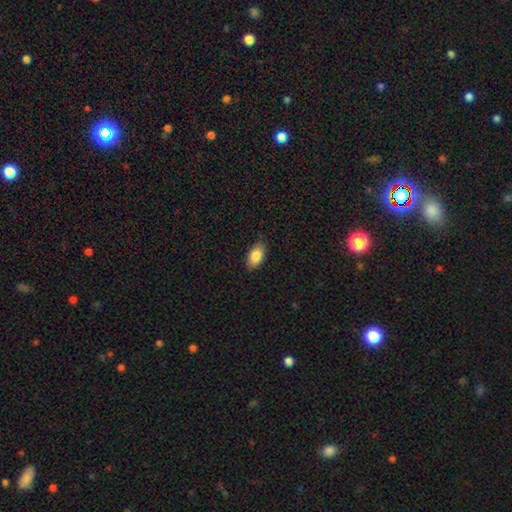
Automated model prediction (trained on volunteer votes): The model was most divided on "merging": none: 86%, minor disturbance: 11%, major disturbance: 2%, merger: 1%. More confident: how rounded — in between (93%); smooth or featured — smooth (85%).